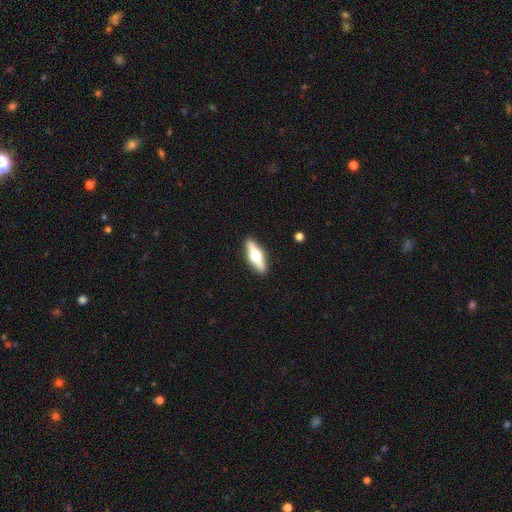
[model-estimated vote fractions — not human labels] Overall: featured or disk (59%; smooth 35%). Edge-on disk: yes (94%). Edge-on bulge: rounded (96%). Merging: none (91%).